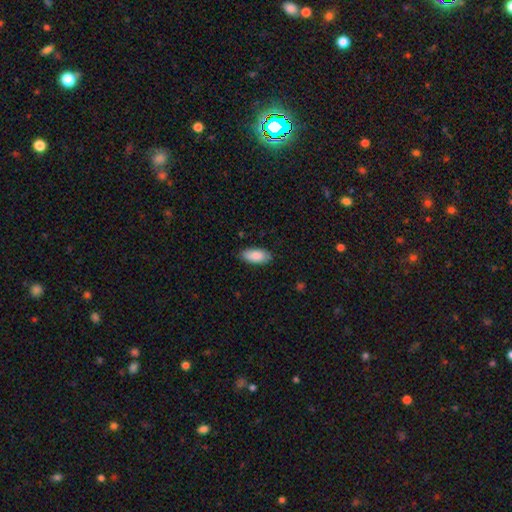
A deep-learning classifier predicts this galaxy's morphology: Smooth or featured: smooth — 88% (featured or disk — 6%)
How rounded: in between — 90% (cigar-shaped — 8%)
Merging: none — 86% (minor disturbance — 11%)